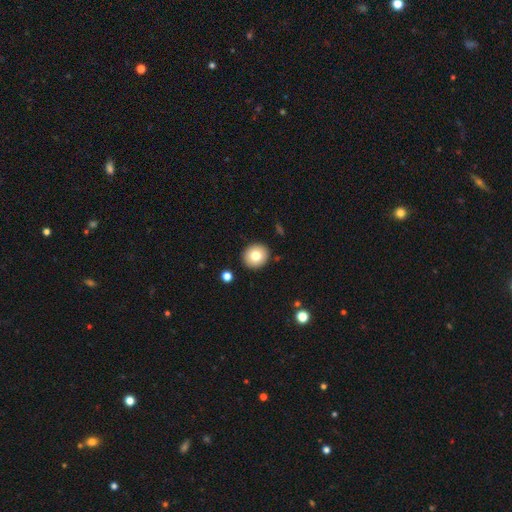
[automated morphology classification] The model was most divided on "smooth or featured": smooth: 77%, featured or disk: 14%, star or artifact: 9%. More confident: merging — none (91%); how rounded — round (87%).